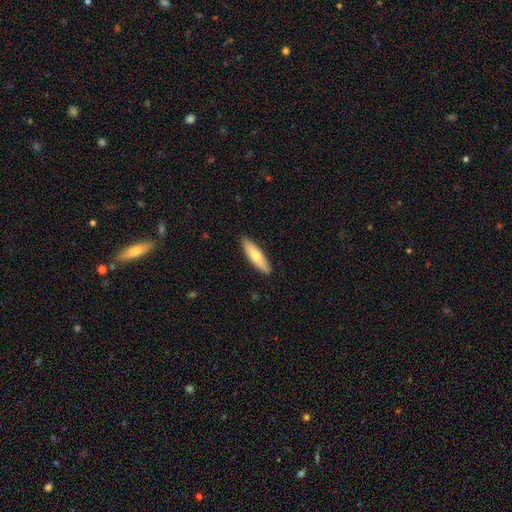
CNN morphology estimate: Smooth or featured?
  - smooth: 63% *
  - featured or disk: 31%
  - star or artifact: 5%
How rounded?
  - cigar-shaped: 64% *
  - in between: 34%
  - round: 2%
Merging?
  - none: 90% *
  - minor disturbance: 8%
  - major disturbance: 1%
  - merger: 1%